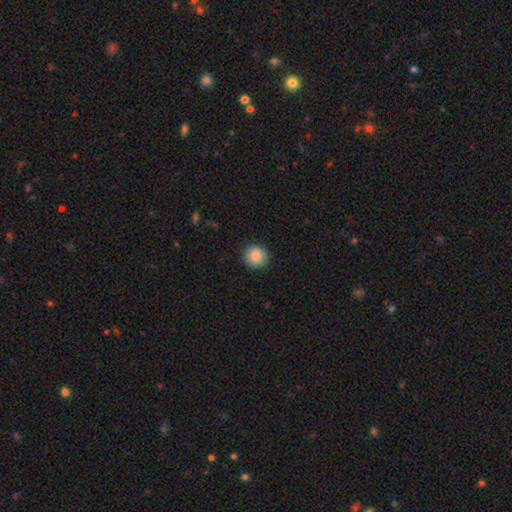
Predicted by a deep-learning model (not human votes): Overall: smooth (89%). How rounded: round (94%). Merging: none (91%).